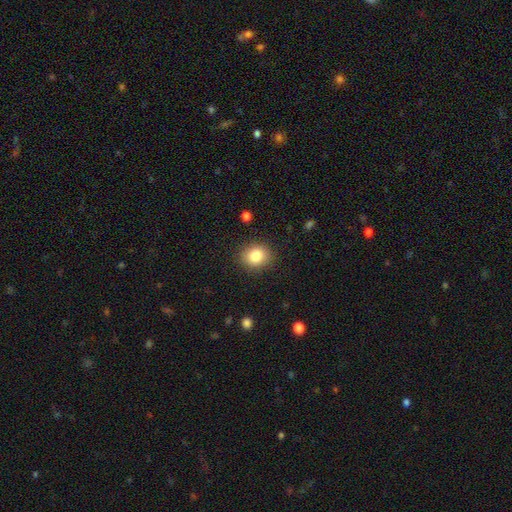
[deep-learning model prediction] smooth 84%, star or artifact 10%, featured or disk 6%. Down the decision tree: how rounded — round (66%); merging — none (88%).